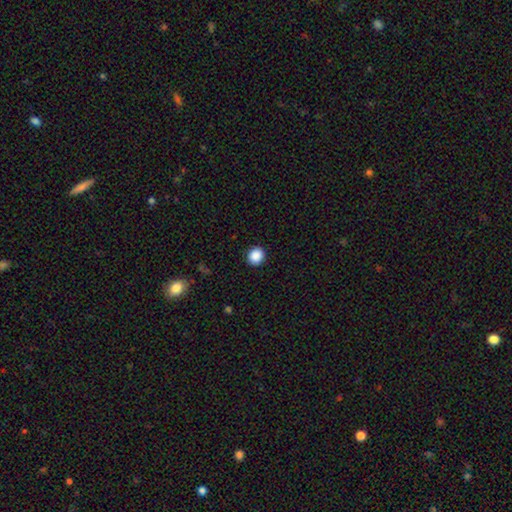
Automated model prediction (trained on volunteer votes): Smooth or featured? smooth (89%)
How rounded? round (83%)
Merging? none (92%)